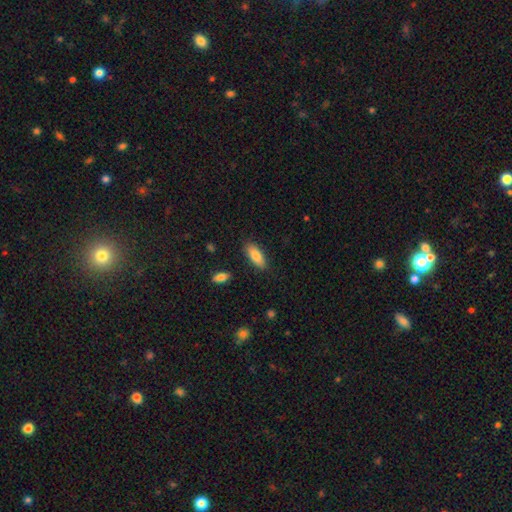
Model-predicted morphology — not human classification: Smooth or featured: smooth — 84% (featured or disk — 10%)
How rounded: in between — 77% (cigar-shaped — 21%)
Merging: none — 85% (minor disturbance — 11%)